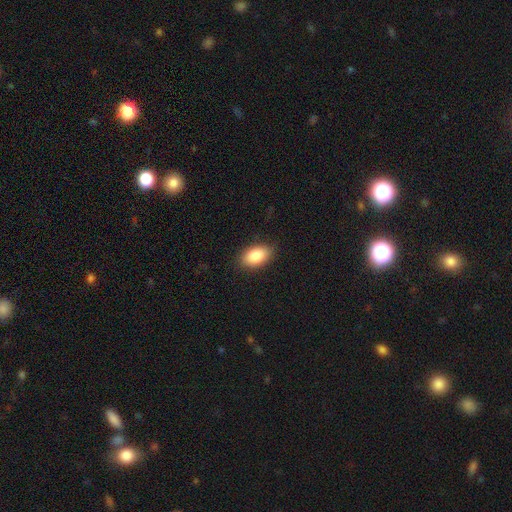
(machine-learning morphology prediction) This appears to be a smooth galaxy with no disk features (87%) that is in between round and cigar-shaped (91%). Merging: none (86%).